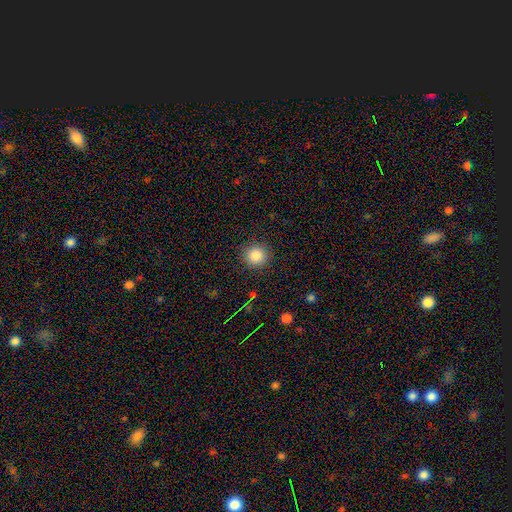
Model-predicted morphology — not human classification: smooth_or_featured: smooth (p=0.86) [alt: star or artifact p=0.10]
how_rounded: round (p=0.93) [alt: in between p=0.06]
merging: none (p=0.90) [alt: minor disturbance p=0.06]